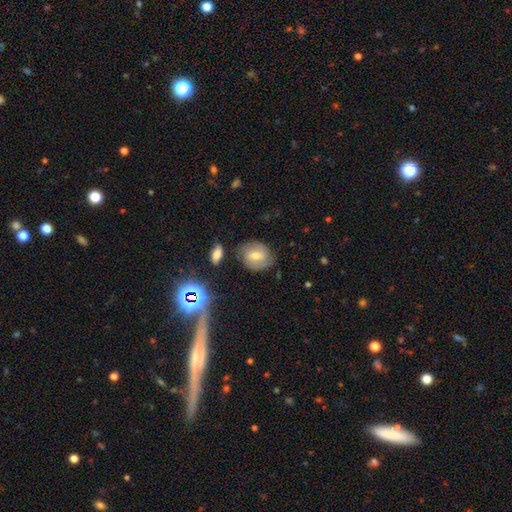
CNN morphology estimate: The model was most divided on "smooth or featured": smooth: 47%, featured or disk: 40%, star or artifact: 13%. More confident: merging — none (77%).